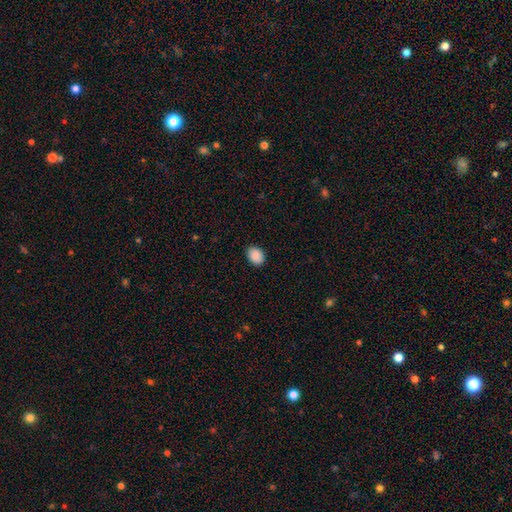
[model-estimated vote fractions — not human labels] Smooth or featured? smooth (90%)
How rounded? in between (69%)
Merging? none (88%)